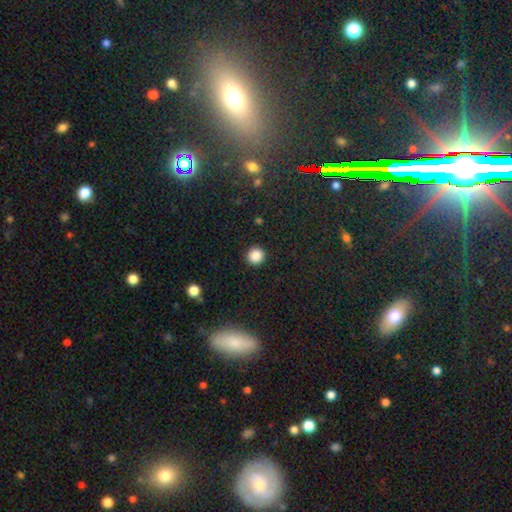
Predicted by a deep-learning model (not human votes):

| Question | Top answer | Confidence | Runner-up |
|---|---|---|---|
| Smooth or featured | smooth | 86% | star or artifact (11%) |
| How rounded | round | 95% | in between (4%) |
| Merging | none | 92% | minor disturbance (5%) |